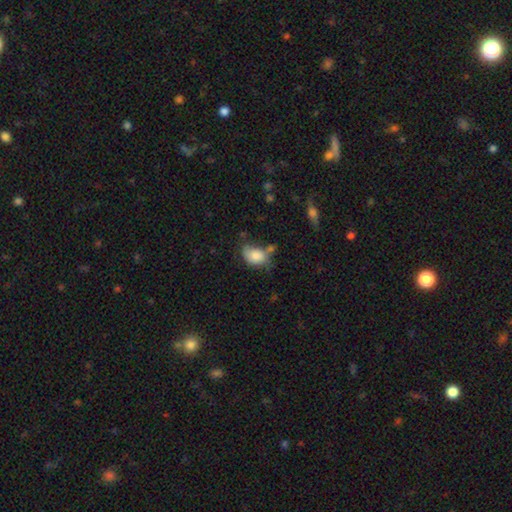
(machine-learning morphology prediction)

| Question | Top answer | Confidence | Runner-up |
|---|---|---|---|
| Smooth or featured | smooth | 79% | featured or disk (13%) |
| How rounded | in between | 78% | round (20%) |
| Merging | none | 40% | minor disturbance (33%) |